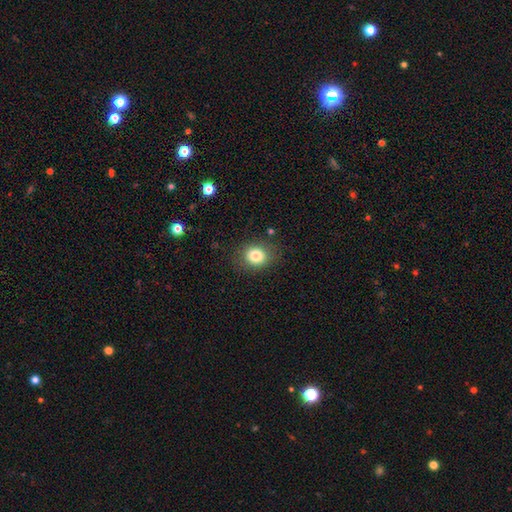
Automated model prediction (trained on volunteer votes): The model was most divided on "how rounded": round: 62%, in between: 37%, cigar-shaped: 1%. More confident: merging — none (82%); smooth or featured — smooth (81%).